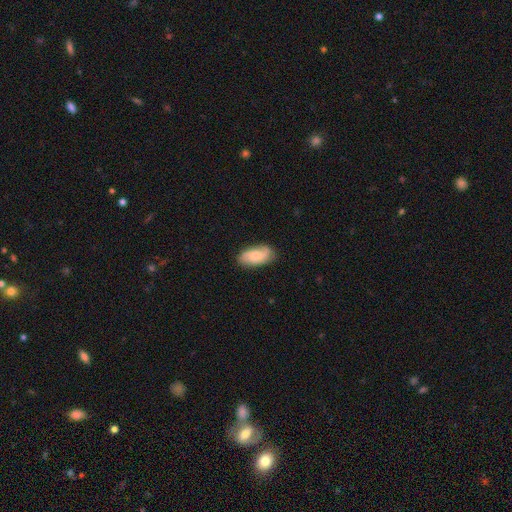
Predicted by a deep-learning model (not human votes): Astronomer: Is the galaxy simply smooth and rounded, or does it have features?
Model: smooth — 53% (runner-up: featured or disk, 40%).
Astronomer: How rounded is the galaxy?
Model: in between — 91%.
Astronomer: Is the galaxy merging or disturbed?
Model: none — 77%.